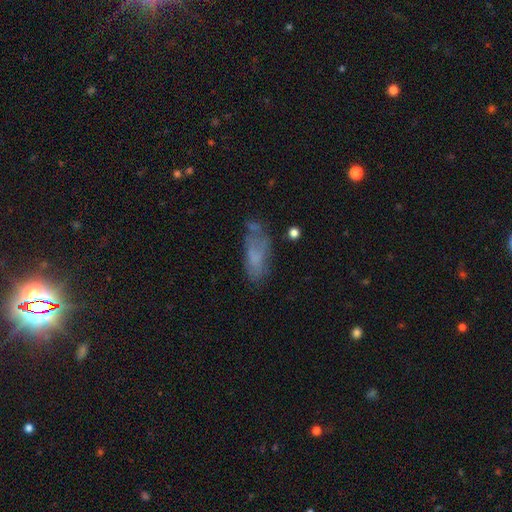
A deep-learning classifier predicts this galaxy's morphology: Smooth or featured? Predicted: smooth (p=0.61). How rounded? Predicted: in between (p=0.67). Merging? Predicted: none (p=0.51).